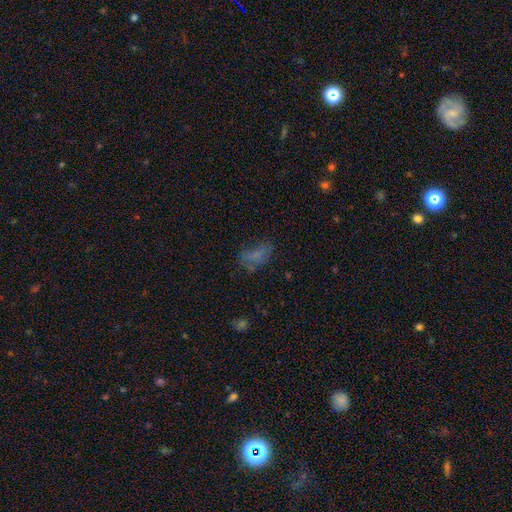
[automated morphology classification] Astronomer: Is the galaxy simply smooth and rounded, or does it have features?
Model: smooth — 63%.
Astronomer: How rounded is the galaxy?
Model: in between — 85%.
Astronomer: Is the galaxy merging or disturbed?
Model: none — 45% (runner-up: minor disturbance, 26%).